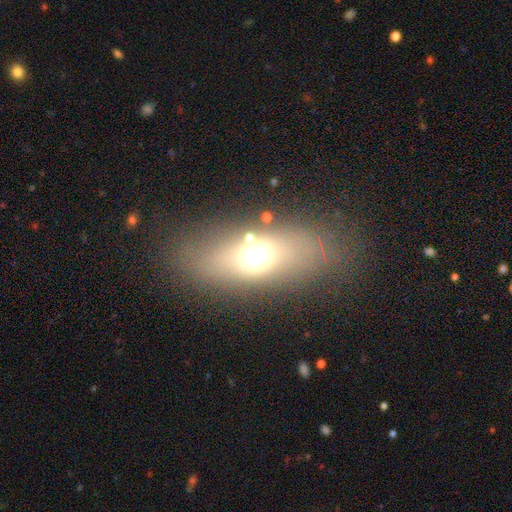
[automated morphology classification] smooth 55%, featured or disk 27%, star or artifact 19%. Down the decision tree: how rounded — in between (76%); merging — none (78%).